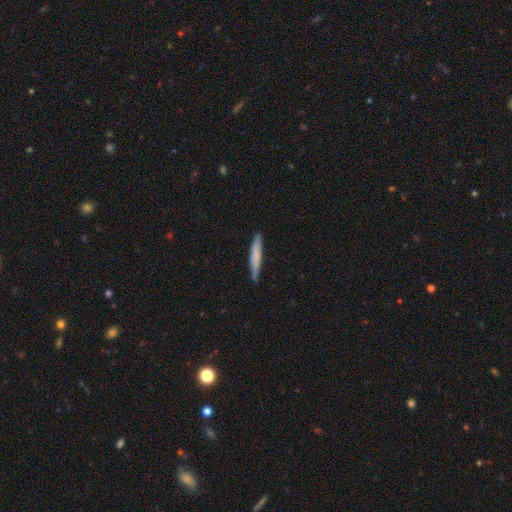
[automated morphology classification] Smooth or featured? smooth (70%)
How rounded? cigar-shaped (94%)
Merging? none (84%)